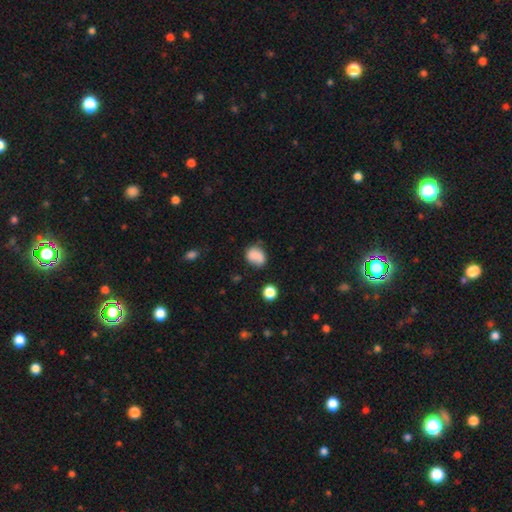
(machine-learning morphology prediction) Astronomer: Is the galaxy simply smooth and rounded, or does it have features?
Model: smooth — 77%.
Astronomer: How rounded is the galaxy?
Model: round — 51% (runner-up: in between, 48%).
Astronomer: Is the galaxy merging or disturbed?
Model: none — 56%.